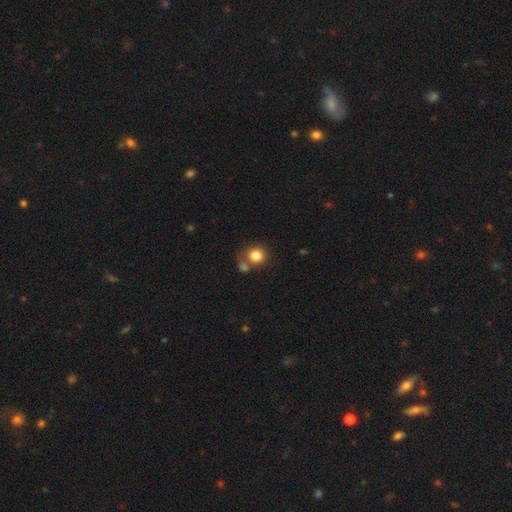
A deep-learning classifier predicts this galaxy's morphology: Smooth or featured? smooth (81%)
How rounded? round (81%)
Merging? none (56%)